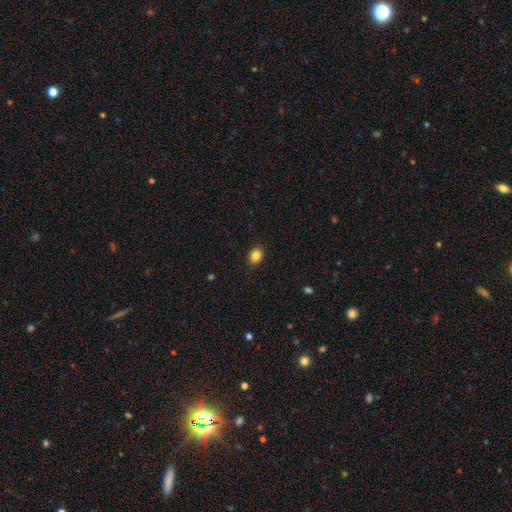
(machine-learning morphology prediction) A smooth galaxy with no disk features (85%) that is in between round and cigar-shaped (59%).

Vote fractions:
- Smooth or featured? smooth: 85% / star or artifact: 10% / featured or disk: 5%
- How rounded? in between: 59% / round: 40% / cigar-shaped: 1%
- Merging? none: 89% / minor disturbance: 8% / major disturbance: 2% / merger: 1%